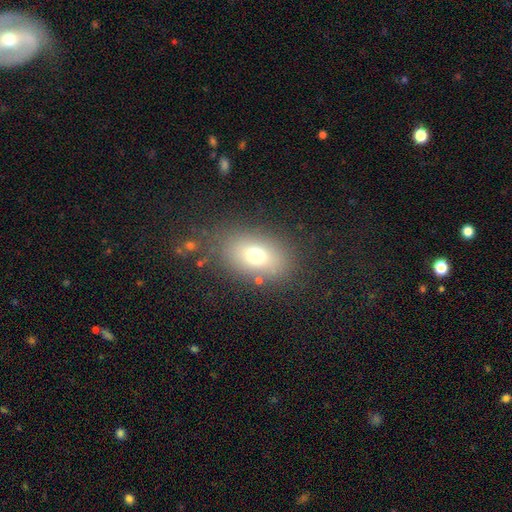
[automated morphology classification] A smooth galaxy with no disk features (71%) that is in between round and cigar-shaped (78%).

Vote fractions:
- Smooth or featured? smooth: 71% / featured or disk: 16% / star or artifact: 14%
- How rounded? in between: 78% / round: 21% / cigar-shaped: 2%
- Merging? none: 78% / minor disturbance: 12% / major disturbance: 7% / merger: 3%